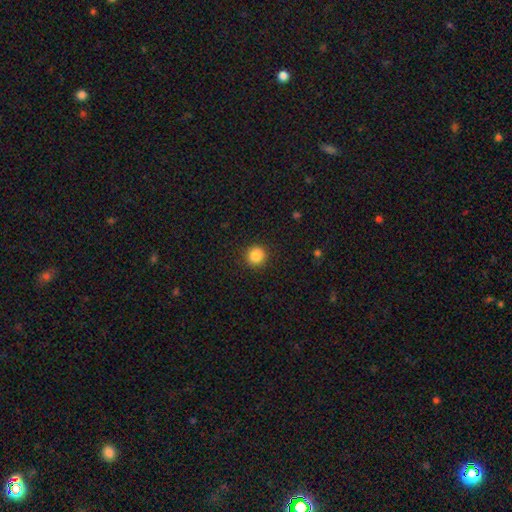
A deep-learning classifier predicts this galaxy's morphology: smooth-or-featured: smooth: 86% | star or artifact: 10% | featured or disk: 4%
  how-rounded: round: 92% | in between: 7% | cigar-shaped: 1%
  merging: none: 91% | minor disturbance: 6% | major disturbance: 2% | merger: 1%